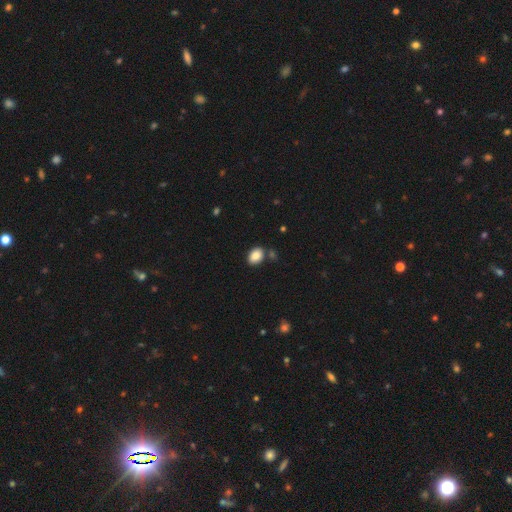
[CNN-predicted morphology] Smooth or featured?
  - smooth: 86% *
  - star or artifact: 8%
  - featured or disk: 6%
How rounded?
  - in between: 81% *
  - round: 18%
  - cigar-shaped: 1%
Merging?
  - none: 78% *
  - minor disturbance: 11%
  - merger: 8%
  - major disturbance: 3%